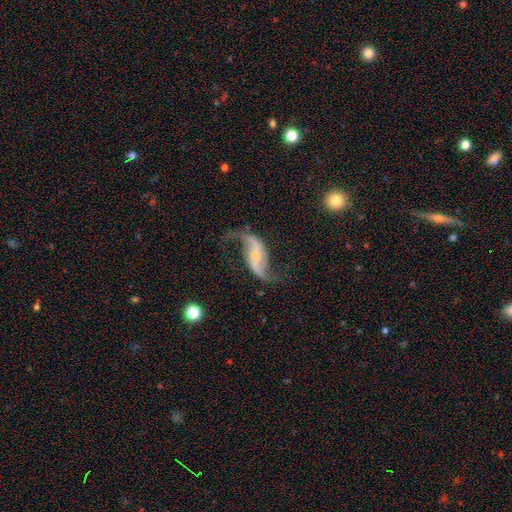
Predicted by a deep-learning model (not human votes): smooth_or_featured: featured or disk (p=0.90) [alt: star or artifact p=0.05]
disk_edge_on: no (p=0.96) [alt: yes p=0.04]
bar: strong (p=0.37) [alt: weak p=0.34]
has_spiral_arms: yes (p=0.97) [alt: no p=0.03]
spiral_winding: loose (p=0.88) [alt: medium p=0.09]
spiral_arm_count: 2 (p=0.94) [alt: 1 p=0.02]
bulge_size: small (p=0.59) [alt: moderate p=0.34]
merging: none (p=0.72) [alt: minor disturbance p=0.14]